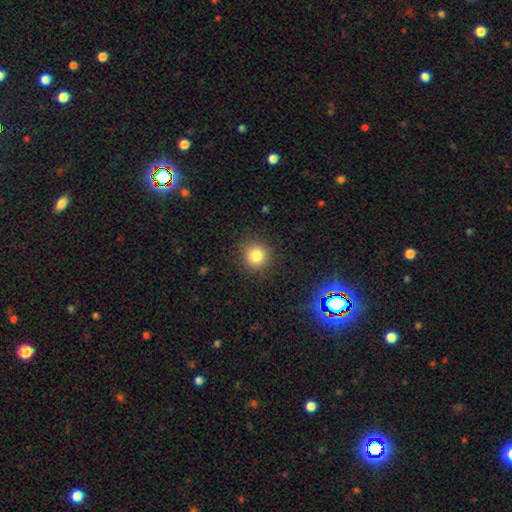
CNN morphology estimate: smooth_or_featured: smooth (p=0.81) [alt: star or artifact p=0.13]
how_rounded: round (p=0.92) [alt: in between p=0.07]
merging: none (p=0.89) [alt: minor disturbance p=0.07]